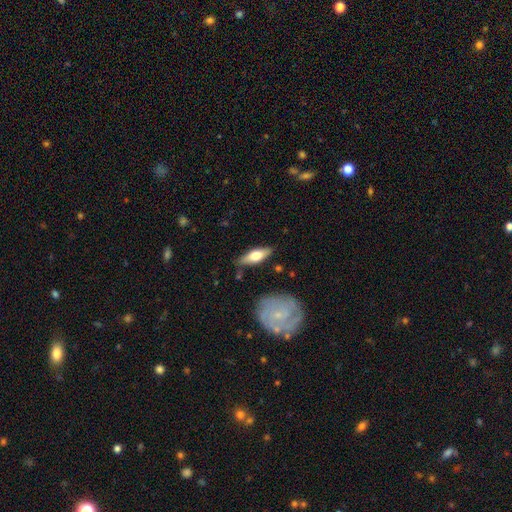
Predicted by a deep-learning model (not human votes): This is possibly a smooth galaxy (53%). How rounded: possibly in between (56%). Merging: clearly none (82%).